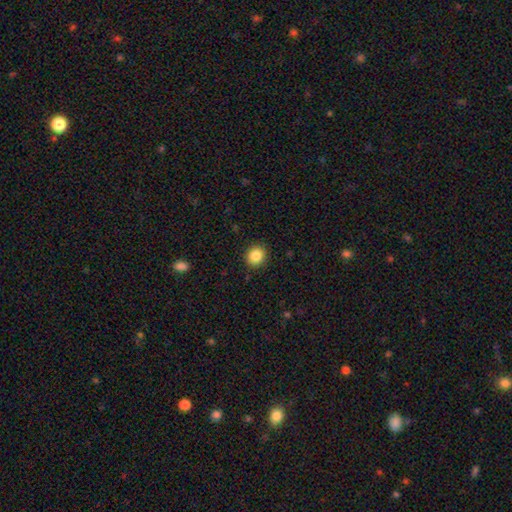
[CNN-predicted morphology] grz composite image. It shows a smooth galaxy with no disk features (86%) that is round (83%). Merging: none (91%).